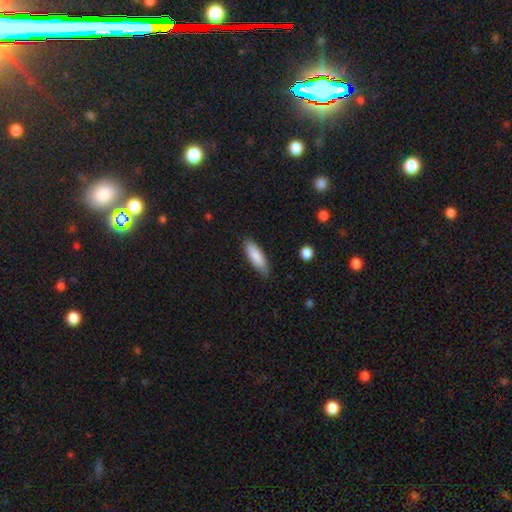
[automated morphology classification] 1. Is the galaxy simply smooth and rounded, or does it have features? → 86% smooth, 8% featured or disk, 6% star or artifact.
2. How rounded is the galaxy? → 55% in between, 43% cigar-shaped, 2% round.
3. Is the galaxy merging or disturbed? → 81% none, 15% minor disturbance, 2% major disturbance, 1% merger.